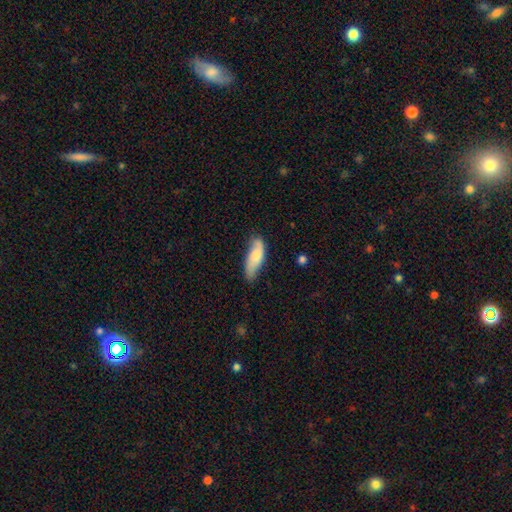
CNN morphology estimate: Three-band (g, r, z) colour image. It shows a smooth galaxy with no disk features (67%) that is in between round and cigar-shaped (65%). Merging: none (57%).